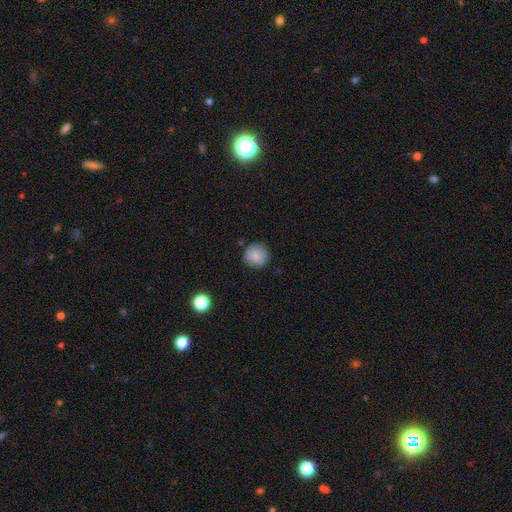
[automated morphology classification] Smooth or featured? smooth (85%)
How rounded? round (93%)
Merging? none (85%)